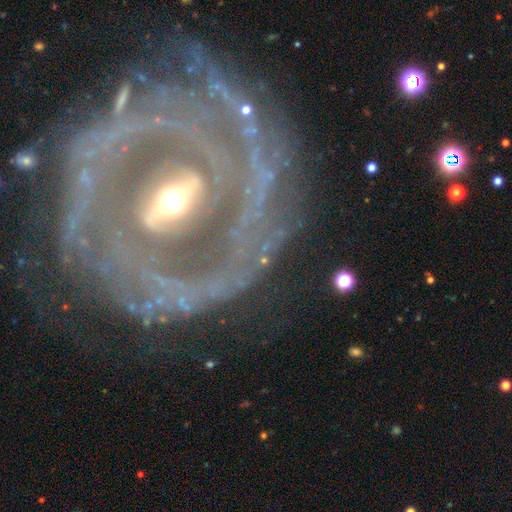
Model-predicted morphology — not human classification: Smooth or featured? featured or disk (90%)
Edge-on disk? no (96%)
Bar? strong (42%)
Spiral arms? yes (91%)
Spiral winding? tight (70%)
Spiral arm count? 2 (37%)
Bulge size? moderate (59%)
Merging? none (74%)